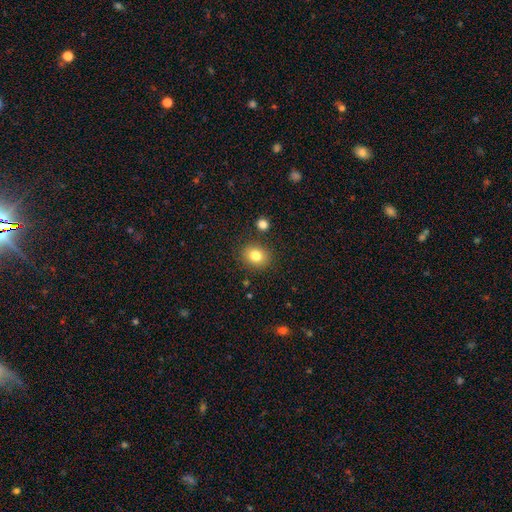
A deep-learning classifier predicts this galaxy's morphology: Smooth or featured: smooth — 82% (star or artifact — 10%)
How rounded: round — 64% (in between — 35%)
Merging: none — 85% (minor disturbance — 8%)